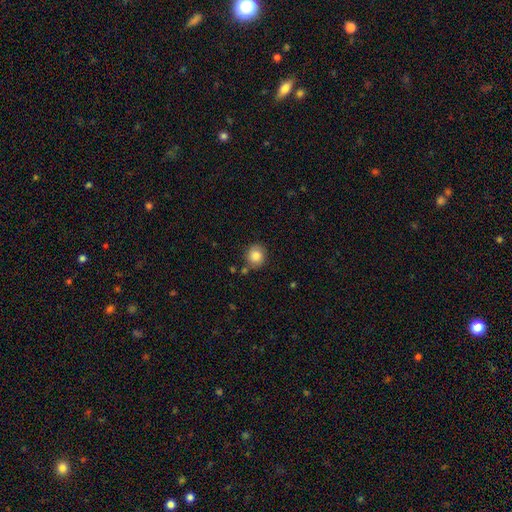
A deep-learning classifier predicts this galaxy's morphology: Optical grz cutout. It shows a smooth galaxy with no disk features (85%) that is round (85%). Merging: none (81%).